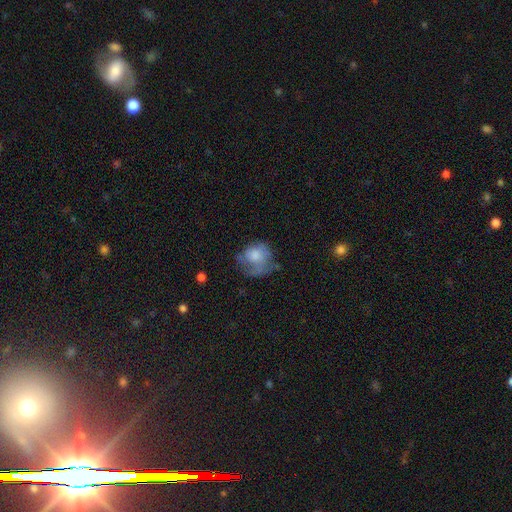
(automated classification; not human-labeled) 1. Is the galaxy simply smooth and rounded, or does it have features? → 58% smooth, 34% featured or disk, 8% star or artifact.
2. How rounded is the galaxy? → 67% round, 32% in between, 1% cigar-shaped.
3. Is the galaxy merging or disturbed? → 38% none, 31% major disturbance, 28% minor disturbance, 3% merger.